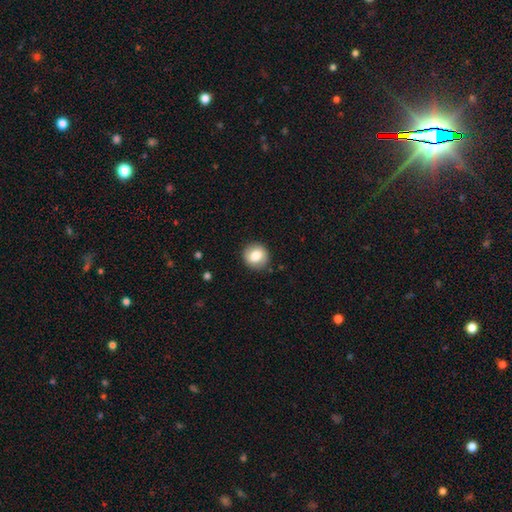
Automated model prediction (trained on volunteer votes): smooth_or_featured: smooth (p=0.76) [alt: featured or disk p=0.16]
how_rounded: round (p=0.88) [alt: in between p=0.11]
merging: none (p=0.88) [alt: minor disturbance p=0.09]